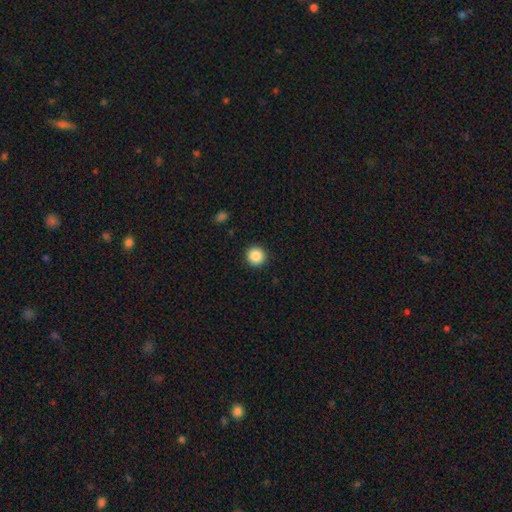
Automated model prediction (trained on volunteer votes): Smooth or featured? Predicted: smooth (p=0.87). How rounded? Predicted: round (p=0.95). Merging? Predicted: none (p=0.92).